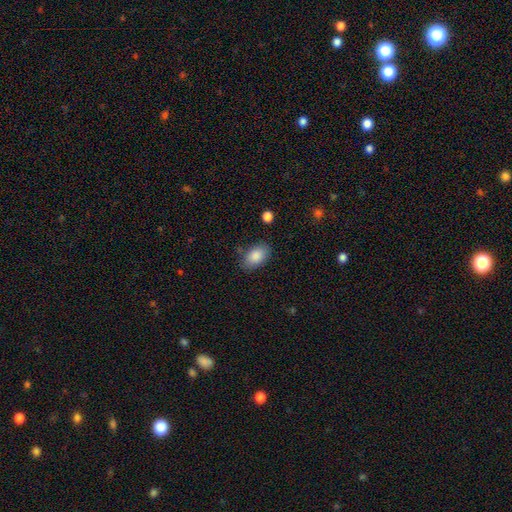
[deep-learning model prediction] A smooth galaxy with no disk features (87%) that is in between round and cigar-shaped (92%). Merging: none (80%).